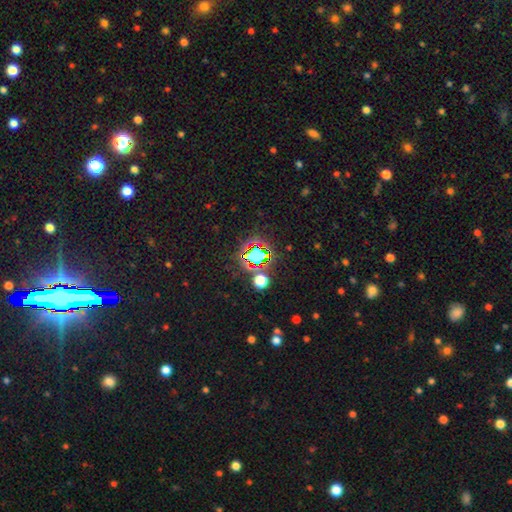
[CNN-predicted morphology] Q: Smooth or featured?
A: star or artifact (67%); runner-up: smooth (22%)